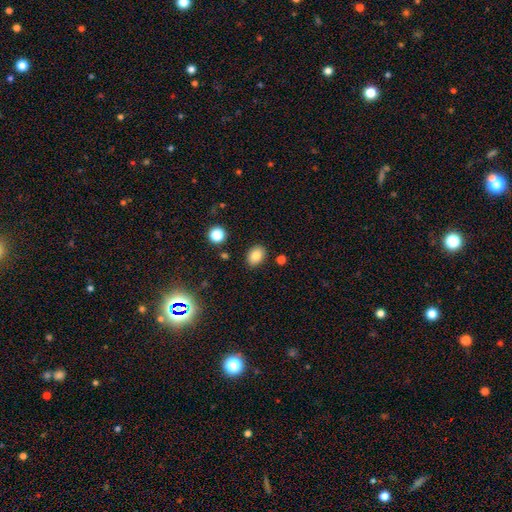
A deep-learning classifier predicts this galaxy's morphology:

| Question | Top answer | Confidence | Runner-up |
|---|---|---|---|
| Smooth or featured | smooth | 82% | star or artifact (11%) |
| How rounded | in between | 68% | round (31%) |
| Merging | none | 86% | minor disturbance (9%) |